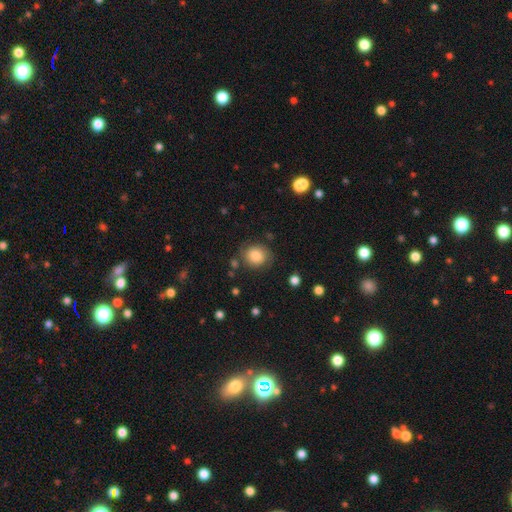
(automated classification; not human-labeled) smooth-or-featured: smooth: 72% | featured or disk: 19% | star or artifact: 9%
  how-rounded: round: 77% | in between: 22% | cigar-shaped: 1%
  merging: none: 76% | minor disturbance: 16% | major disturbance: 6% | merger: 2%